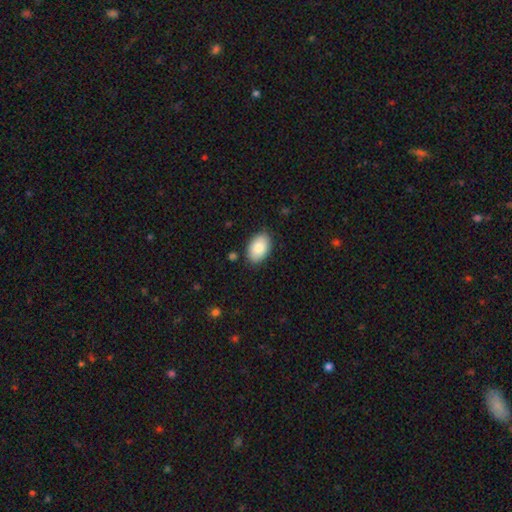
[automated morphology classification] Overall: smooth (81%). How rounded: in between (86%). Merging: none (88%).